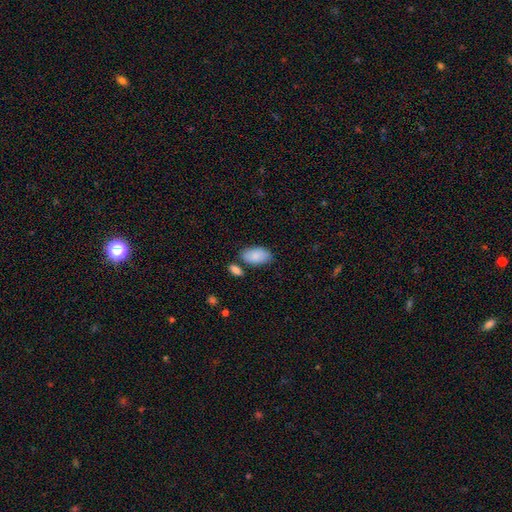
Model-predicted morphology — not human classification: This appears to be a smooth galaxy with no disk features (87%) that is in between round and cigar-shaped (95%). Merging: none (75%).